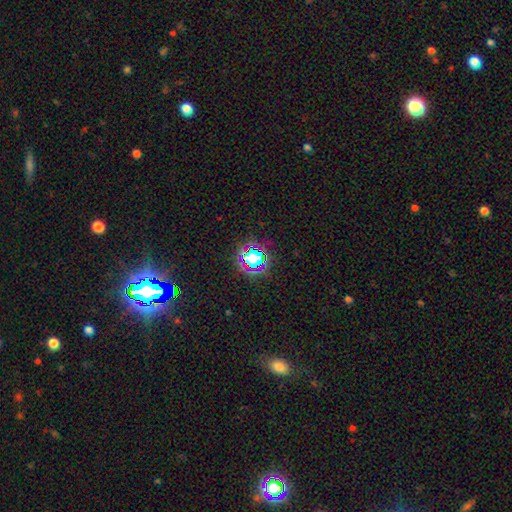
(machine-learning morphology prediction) A star or artifact, not a galaxy (63%).